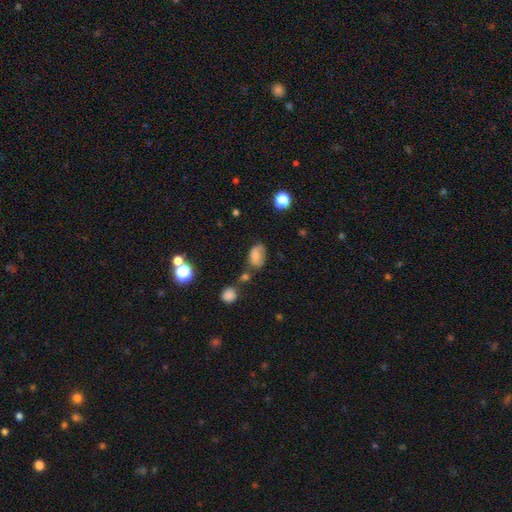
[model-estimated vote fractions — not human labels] A smooth galaxy with no disk features (72%) that is in between round and cigar-shaped (86%).

Vote fractions:
- Smooth or featured? smooth: 72% / featured or disk: 16% / star or artifact: 12%
- How rounded? in between: 86% / round: 13% / cigar-shaped: 2%
- Merging? none: 51% / minor disturbance: 30% / major disturbance: 11% / merger: 9%